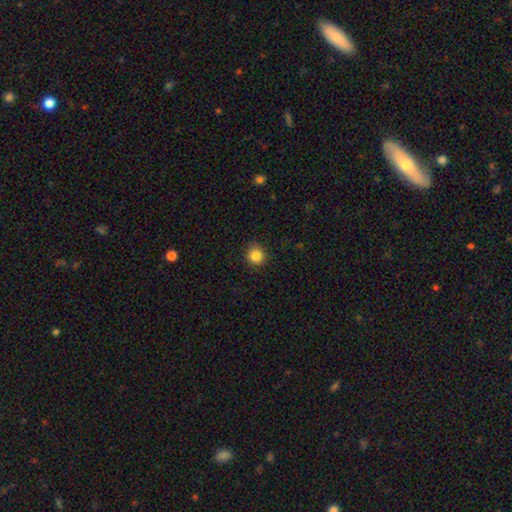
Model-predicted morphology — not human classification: Smooth or featured? Predicted: smooth (p=0.85). How rounded? Predicted: round (p=0.91). Merging? Predicted: none (p=0.86).